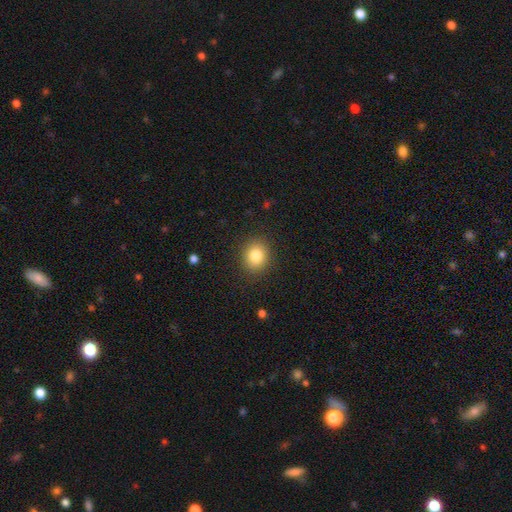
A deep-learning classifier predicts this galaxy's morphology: smooth-or-featured: smooth: 83% | star or artifact: 10% | featured or disk: 7%
  how-rounded: round: 65% | in between: 34% | cigar-shaped: 1%
  merging: none: 88% | minor disturbance: 8% | major disturbance: 3% | merger: 1%